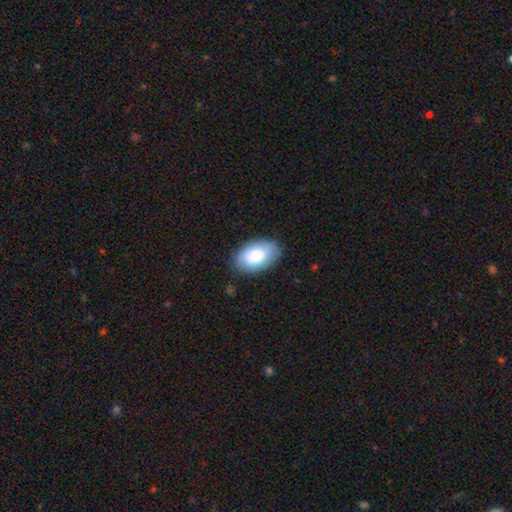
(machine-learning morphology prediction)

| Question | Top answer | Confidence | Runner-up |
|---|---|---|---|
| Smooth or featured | smooth | 81% | featured or disk (13%) |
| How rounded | in between | 93% | round (5%) |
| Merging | none | 78% | minor disturbance (16%) |